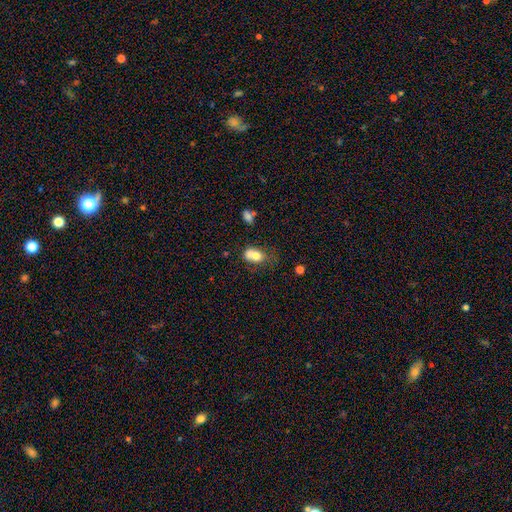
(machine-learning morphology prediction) Overall: smooth (71%). How rounded: in between (70%). Merging: merger (31%; none 30%).